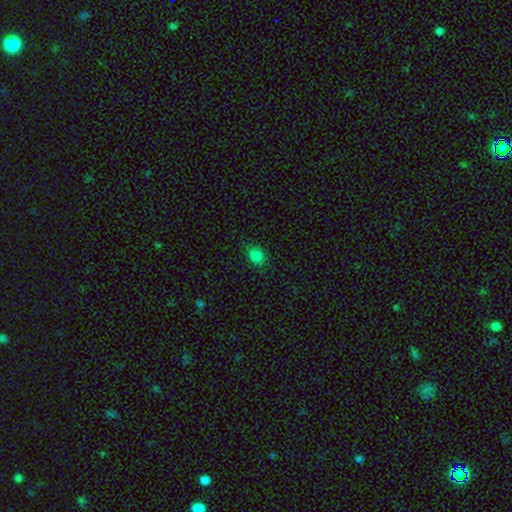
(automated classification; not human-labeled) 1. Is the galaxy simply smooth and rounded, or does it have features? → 84% smooth, 12% star or artifact, 4% featured or disk.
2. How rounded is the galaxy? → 60% in between, 38% round, 1% cigar-shaped.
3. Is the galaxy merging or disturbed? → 84% none, 12% minor disturbance, 3% major disturbance, 1% merger.